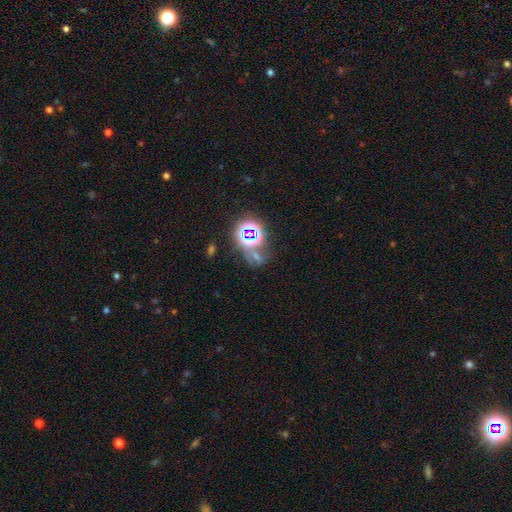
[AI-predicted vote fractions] A star or artifact, not a galaxy (64%).

Vote fractions:
- Smooth or featured? star or artifact: 64% / smooth: 22% / featured or disk: 14%